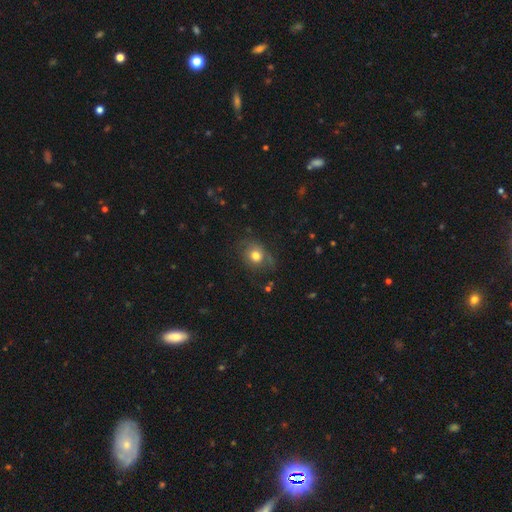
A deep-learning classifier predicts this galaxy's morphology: Smooth or featured? Predicted: smooth (p=0.72). How rounded? Predicted: round (p=0.61). Merging? Predicted: none (p=0.61).